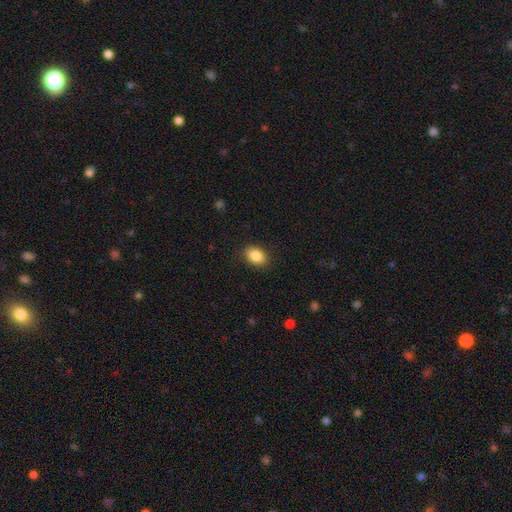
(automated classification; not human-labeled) smooth-or-featured: smooth: 88% | star or artifact: 8% | featured or disk: 4%
  how-rounded: in between: 80% | round: 19% | cigar-shaped: 1%
  merging: none: 88% | minor disturbance: 9% | major disturbance: 3% | merger: 1%